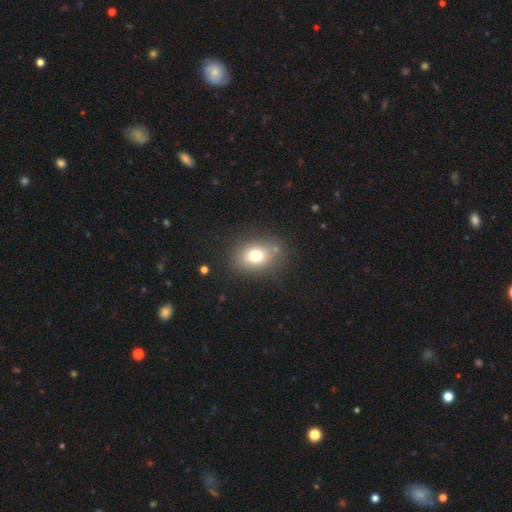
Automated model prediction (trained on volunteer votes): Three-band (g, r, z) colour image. It shows a smooth galaxy with no disk features (73%) that is in between round and cigar-shaped (59%). Merging: none (76%).